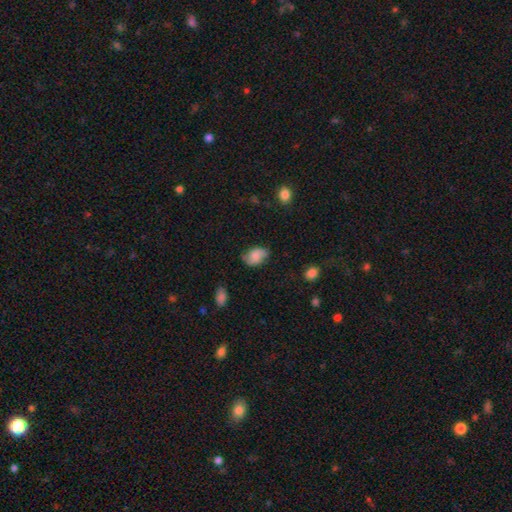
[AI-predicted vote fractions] Smooth or featured? smooth (53%)
How rounded? in between (83%)
Merging? none (66%)